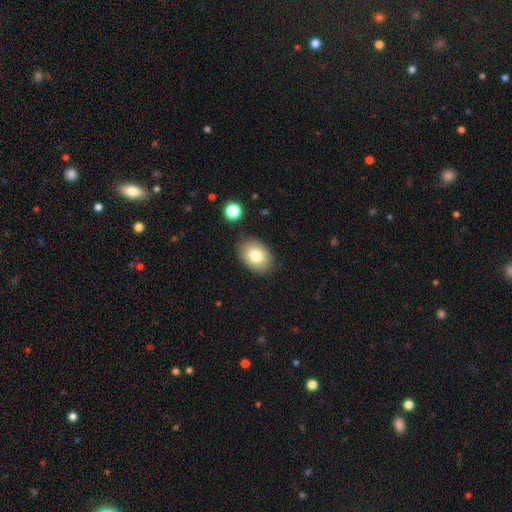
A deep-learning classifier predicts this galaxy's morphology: The model was most divided on "how rounded": in between: 77%, round: 22%, cigar-shaped: 1%. More confident: merging — none (85%); smooth or featured — smooth (79%).